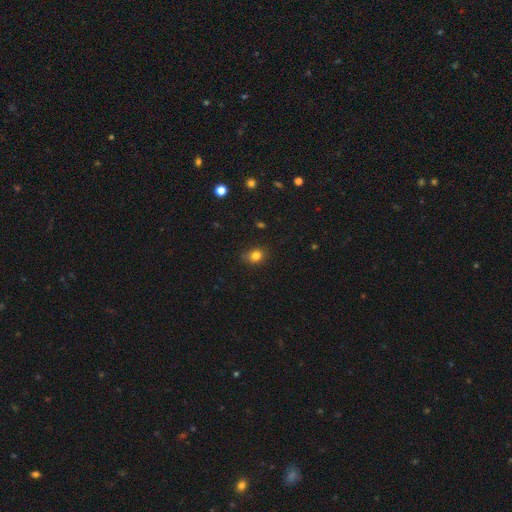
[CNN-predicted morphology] Smooth or featured? smooth (82%)
How rounded? round (59%)
Merging? none (75%)